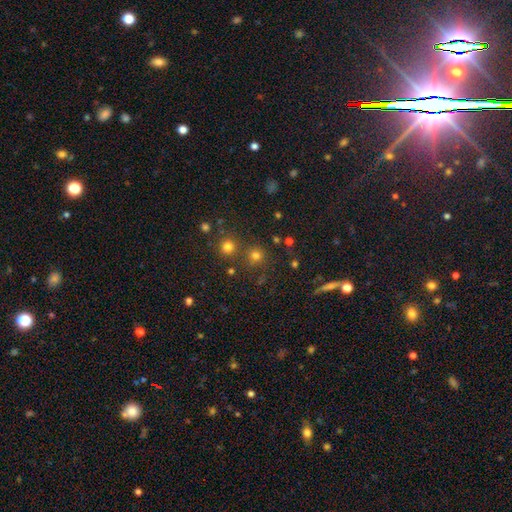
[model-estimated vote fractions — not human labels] Smooth or featured? smooth (71%)
How rounded? round (92%)
Merging? none (75%)